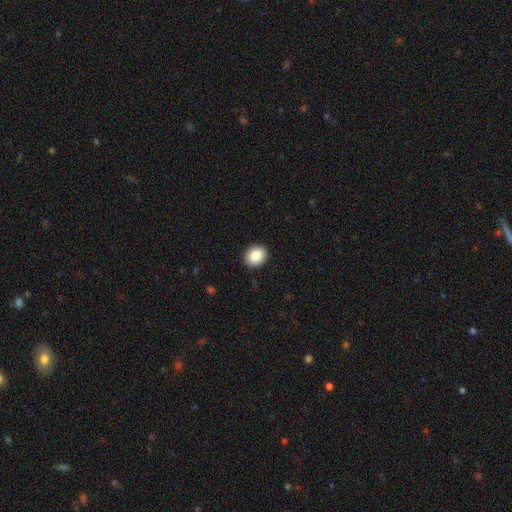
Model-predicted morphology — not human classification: Smooth or featured: smooth — 88% (star or artifact — 8%)
How rounded: round — 64% (in between — 35%)
Merging: none — 91% (minor disturbance — 6%)